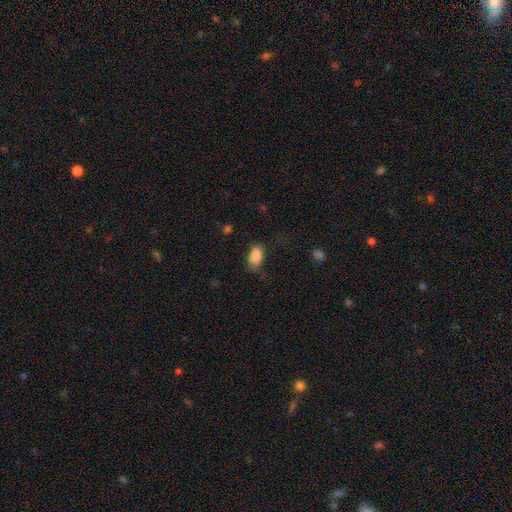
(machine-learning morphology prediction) Smooth or featured? smooth (87%)
How rounded? in between (92%)
Merging? none (65%)